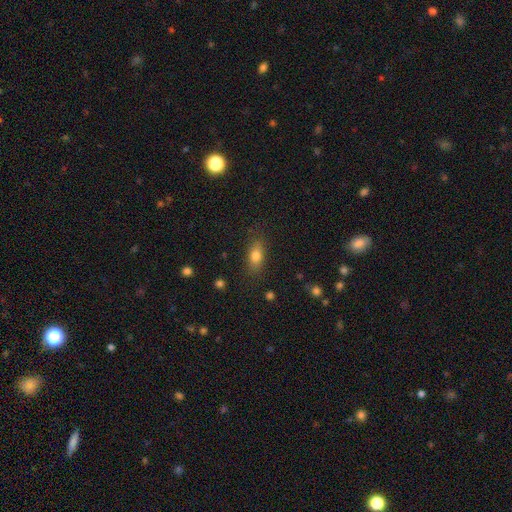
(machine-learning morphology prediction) Smooth or featured?
  - smooth: 78% *
  - featured or disk: 12%
  - star or artifact: 10%
How rounded?
  - in between: 77% *
  - cigar-shaped: 13%
  - round: 9%
Merging?
  - none: 78% *
  - minor disturbance: 15%
  - major disturbance: 5%
  - merger: 2%